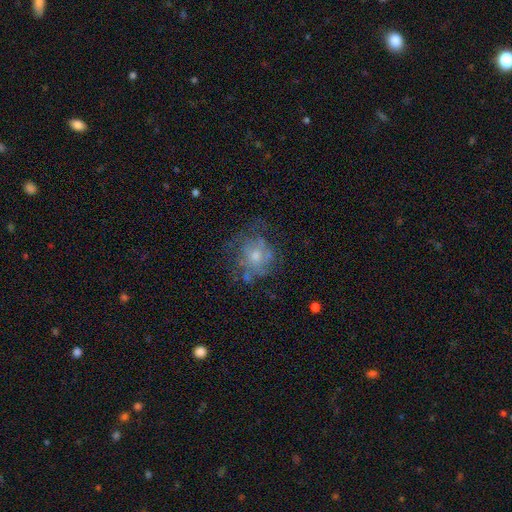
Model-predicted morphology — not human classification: The model was most divided on "smooth or featured": featured or disk: 52%, smooth: 35%, star or artifact: 14%. More confident: edge-on disk — no (97%); merging — none (57%).